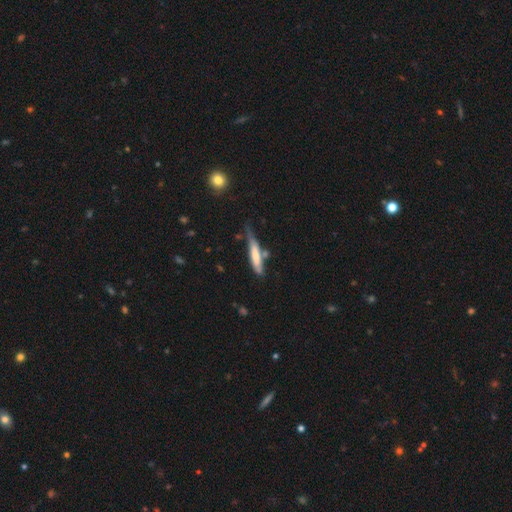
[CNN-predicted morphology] Smooth or featured?
  - smooth: 66% *
  - featured or disk: 29%
  - star or artifact: 6%
How rounded?
  - cigar-shaped: 83% *
  - in between: 15%
  - round: 1%
Merging?
  - none: 47% *
  - minor disturbance: 31%
  - merger: 11%
  - major disturbance: 10%